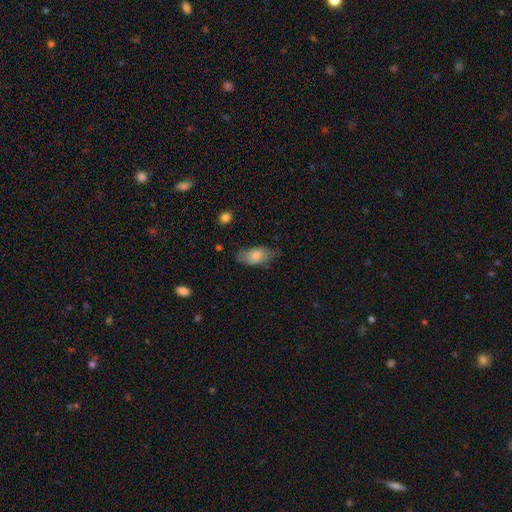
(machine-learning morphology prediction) The model was most divided on "merging": none: 62%, minor disturbance: 28%, major disturbance: 8%, merger: 2%. More confident: how rounded — in between (90%); smooth or featured — smooth (77%).